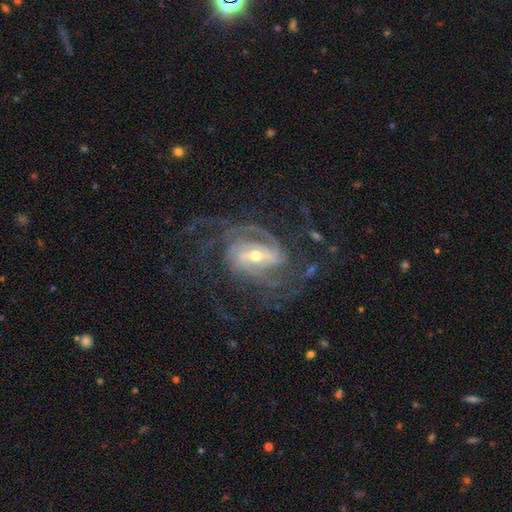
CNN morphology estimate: Smooth or featured?
  - featured or disk: 91% *
  - star or artifact: 5%
  - smooth: 4%
Edge-on disk?
  - no: 97% *
  - yes: 3%
Bar?
  - weak: 41% *
  - strong: 39%
  - no: 20%
Spiral arms?
  - yes: 98% *
  - no: 2%
Spiral winding?
  - medium: 44% *
  - tight: 42%
  - loose: 14%
Spiral arm count?
  - 3: 29% *
  - 2: 26%
  - can't tell: 16%
  - 4: 14%
  - more than 4: 7%
  - 1: 7%
Bulge size?
  - moderate: 49% *
  - small: 46%
  - large: 4%
  - none: 1%
  - dominant: 1%
Merging?
  - none: 63% *
  - major disturbance: 19%
  - minor disturbance: 16%
  - merger: 2%